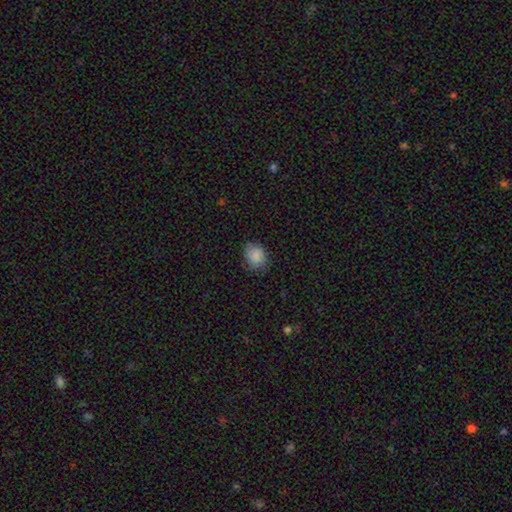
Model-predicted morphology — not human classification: The model was most divided on "how rounded": in between: 54%, round: 45%, cigar-shaped: 1%. More confident: smooth or featured — smooth (87%); merging — none (74%).